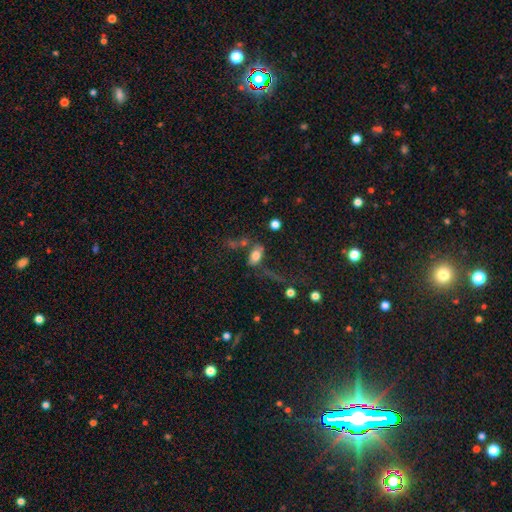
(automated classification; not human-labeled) A smooth galaxy with no disk features (73%) that is in between round and cigar-shaped (86%).

Vote fractions:
- Smooth or featured? smooth: 73% / featured or disk: 16% / star or artifact: 12%
- How rounded? in between: 86% / round: 9% / cigar-shaped: 4%
- Merging? none: 50% / minor disturbance: 18% / merger: 16% / major disturbance: 16%